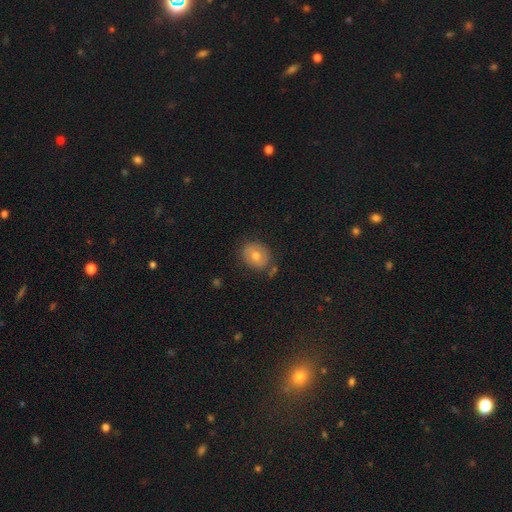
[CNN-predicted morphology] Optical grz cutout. It shows a smooth galaxy with no disk features (65%) that is round (68%). Merging: none (75%).